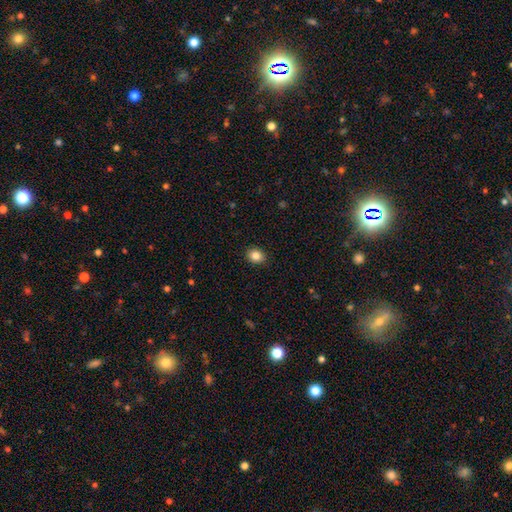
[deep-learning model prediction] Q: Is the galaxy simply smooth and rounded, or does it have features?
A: smooth — 85%.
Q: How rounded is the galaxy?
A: round — 52%.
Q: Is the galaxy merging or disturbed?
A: none — 90%.